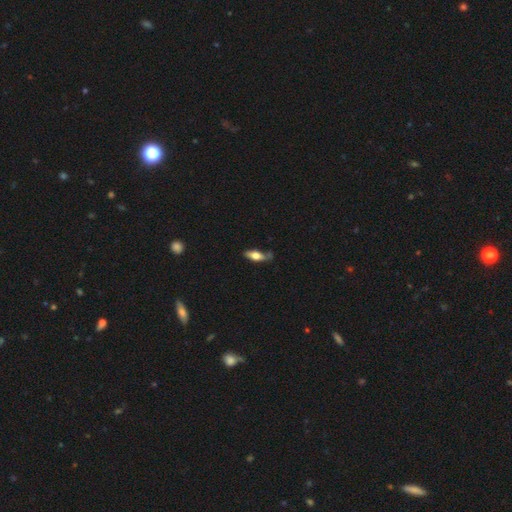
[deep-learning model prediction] Q: Smooth or featured?
A: smooth (56%); runner-up: featured or disk (38%)
Q: How rounded?
A: in between (60%); runner-up: cigar-shaped (36%)
Q: Merging?
A: none (66%); runner-up: minor disturbance (22%)